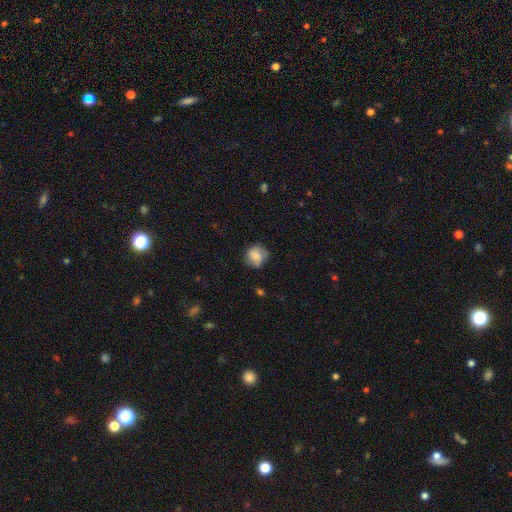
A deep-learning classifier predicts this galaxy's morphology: A smooth galaxy with no disk features (71%) that is round (82%).

Vote fractions:
- Smooth or featured? smooth: 71% / featured or disk: 21% / star or artifact: 8%
- How rounded? round: 82% / in between: 17% / cigar-shaped: 1%
- Merging? none: 68% / minor disturbance: 23% / major disturbance: 7% / merger: 2%